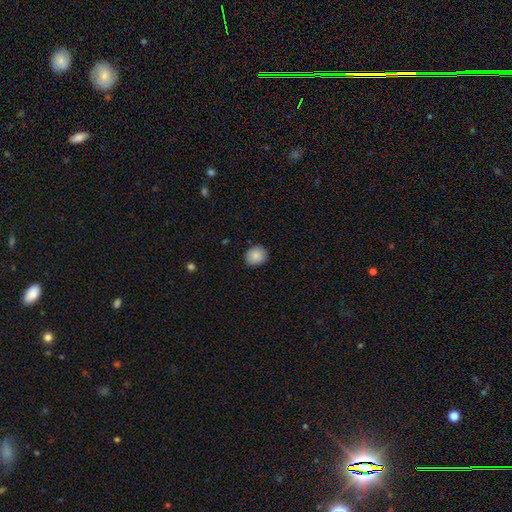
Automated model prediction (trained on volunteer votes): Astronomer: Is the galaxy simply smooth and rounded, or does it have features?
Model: smooth — 86%.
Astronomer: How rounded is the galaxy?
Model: round — 73%.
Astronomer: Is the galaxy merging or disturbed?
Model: none — 87%.